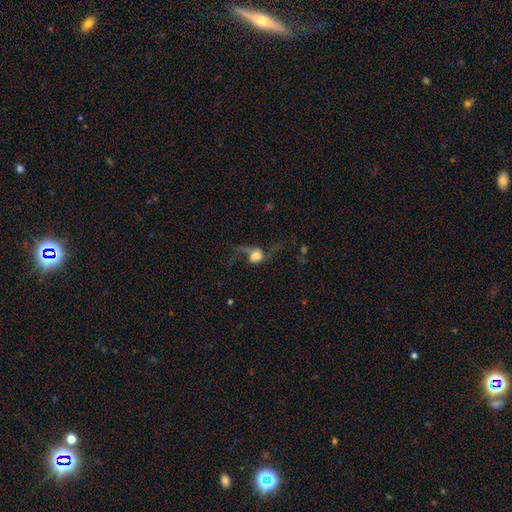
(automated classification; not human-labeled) Smooth or featured? Predicted: featured or disk (p=0.47). Merging? Predicted: major disturbance (p=0.46).